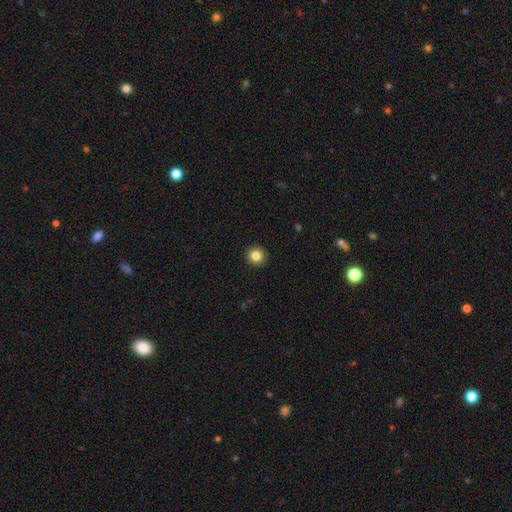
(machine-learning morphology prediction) The model was most divided on "smooth or featured": smooth: 84%, star or artifact: 11%, featured or disk: 6%. More confident: how rounded — round (95%); merging — none (94%).